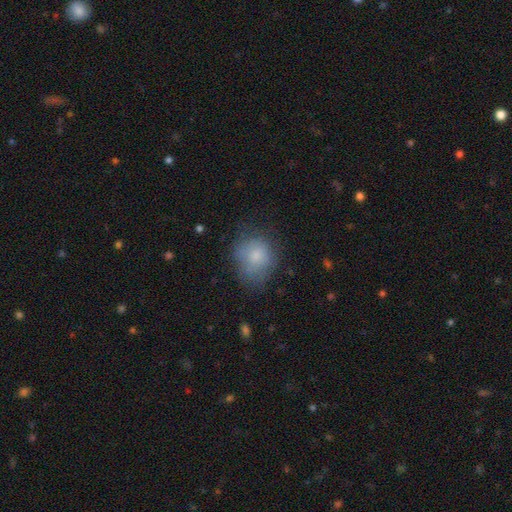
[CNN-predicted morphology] A smooth galaxy with no disk features (77%) that is round (73%).

Vote fractions:
- Smooth or featured? smooth: 77% / featured or disk: 13% / star or artifact: 10%
- How rounded? round: 73% / in between: 26% / cigar-shaped: 1%
- Merging? none: 56% / minor disturbance: 28% / major disturbance: 14% / merger: 2%